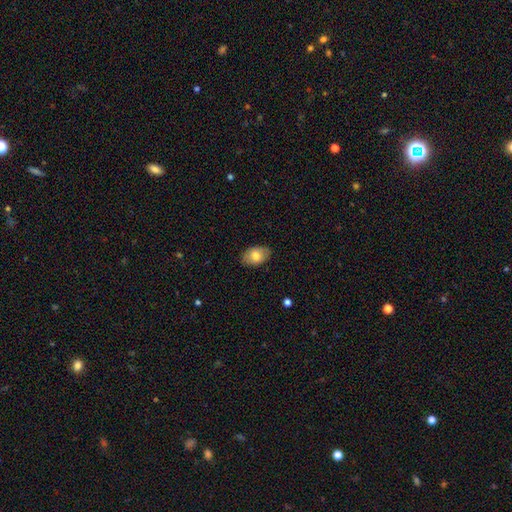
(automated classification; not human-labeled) Smooth or featured?
  - smooth: 77% *
  - featured or disk: 16%
  - star or artifact: 7%
How rounded?
  - in between: 86% *
  - round: 13%
  - cigar-shaped: 1%
Merging?
  - none: 85% *
  - minor disturbance: 12%
  - major disturbance: 2%
  - merger: 1%